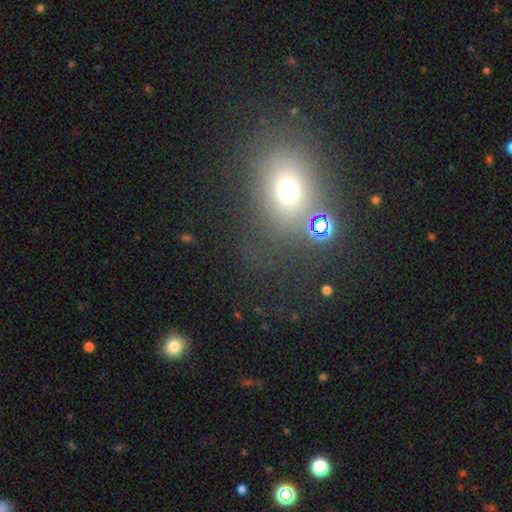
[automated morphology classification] smooth_or_featured: smooth (p=0.60) [alt: star or artifact p=0.26]
how_rounded: in between (p=0.54) [alt: round p=0.44]
merging: none (p=0.66) [alt: minor disturbance p=0.14]